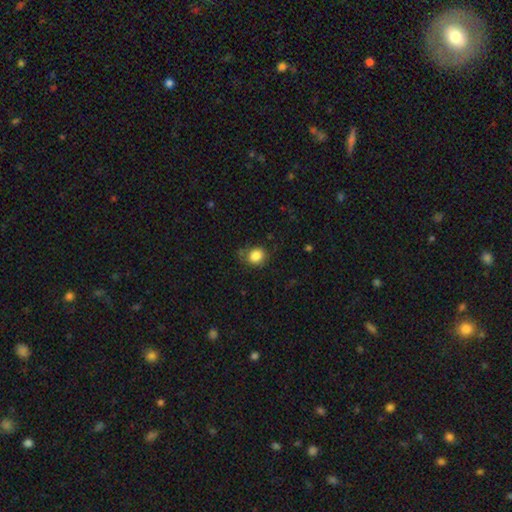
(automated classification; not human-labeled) Q: Smooth or featured?
A: smooth (85%); runner-up: star or artifact (9%)
Q: How rounded?
A: round (73%); runner-up: in between (27%)
Q: Merging?
A: none (72%); runner-up: minor disturbance (19%)